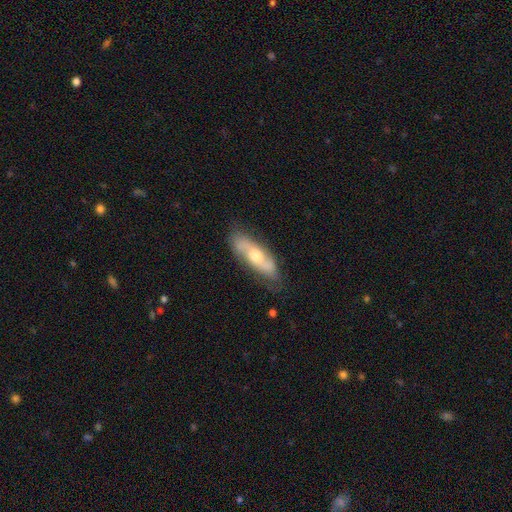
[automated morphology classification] This appears to be a featured or disk galaxy (61%). Merging: none (76%).